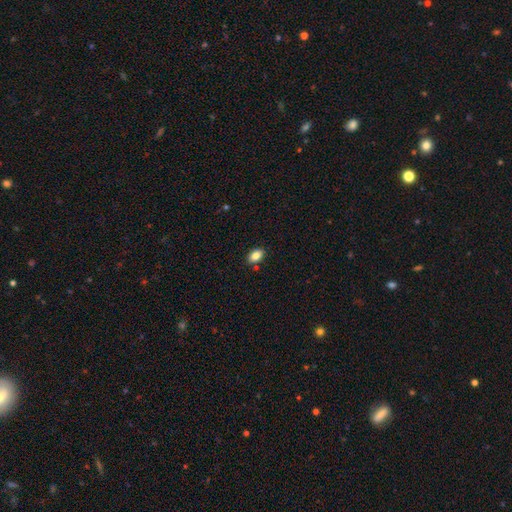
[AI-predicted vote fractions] A smooth galaxy with no disk features (84%) that is in between round and cigar-shaped (88%). Merging: none (83%).